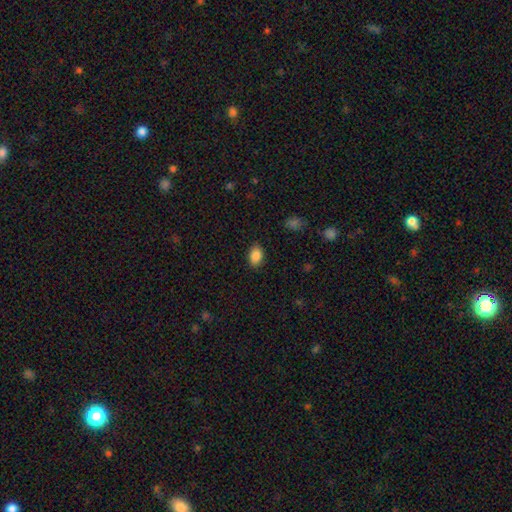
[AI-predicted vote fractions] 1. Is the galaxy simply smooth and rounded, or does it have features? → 88% smooth, 8% star or artifact, 4% featured or disk.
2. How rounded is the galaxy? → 83% in between, 16% round, 1% cigar-shaped.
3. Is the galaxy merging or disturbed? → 87% none, 10% minor disturbance, 2% major disturbance, 1% merger.